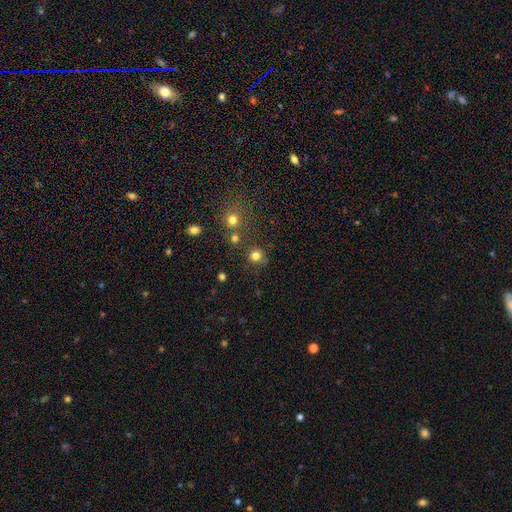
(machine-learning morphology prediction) smooth-or-featured: smooth: 78% | star or artifact: 17% | featured or disk: 5%
  how-rounded: round: 92% | in between: 7% | cigar-shaped: 1%
  merging: none: 79% | minor disturbance: 9% | merger: 8% | major disturbance: 4%